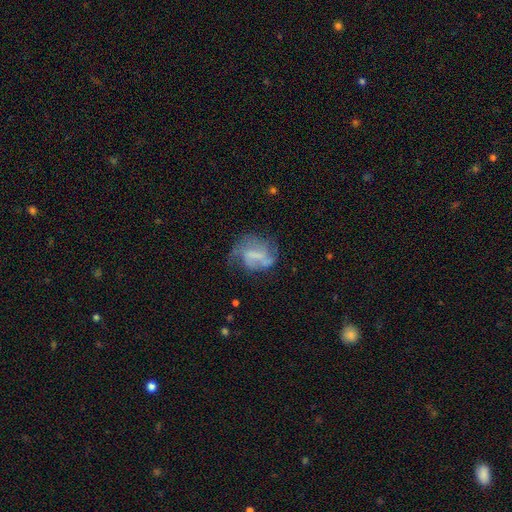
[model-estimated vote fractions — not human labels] The model was most divided on "bar": weak: 38%, no: 36%, strong: 26%. Remaining: edge-on disk — no (96%); smooth or featured — featured or disk (54%); bulge size — none (53%); spiral arms — yes (53%); merging — none (41%).